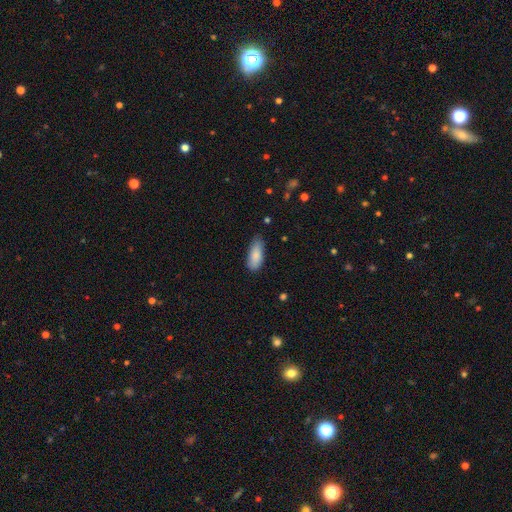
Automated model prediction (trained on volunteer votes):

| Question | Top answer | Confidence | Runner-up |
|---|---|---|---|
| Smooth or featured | smooth | 87% | featured or disk (7%) |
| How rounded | in between | 80% | cigar-shaped (18%) |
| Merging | none | 69% | minor disturbance (25%) |